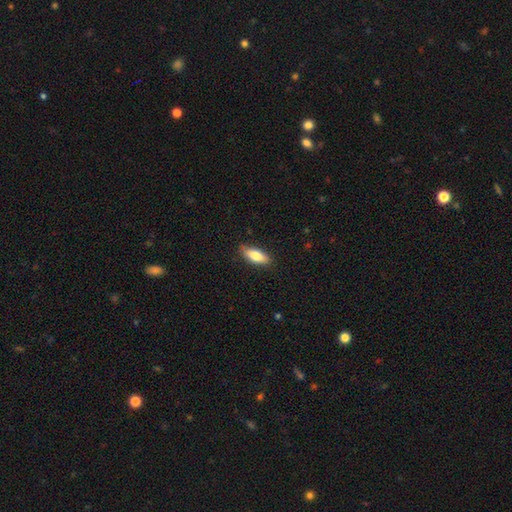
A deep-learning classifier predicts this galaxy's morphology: The model was most divided on "how rounded": in between: 75%, cigar-shaped: 23%, round: 2%. More confident: merging — none (84%); smooth or featured — smooth (79%).